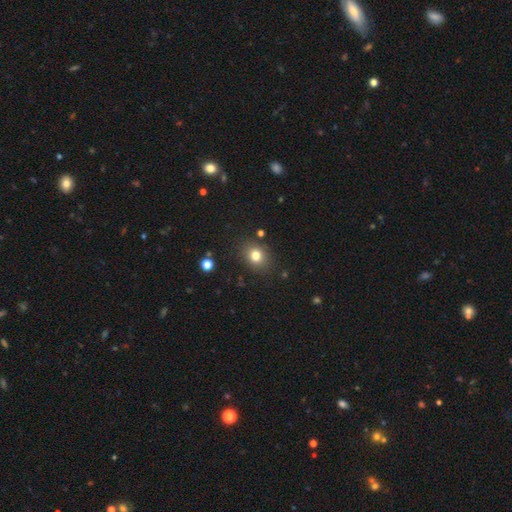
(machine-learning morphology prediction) smooth_or_featured: smooth (p=0.78) [alt: star or artifact p=0.14]
how_rounded: round (p=0.62) [alt: in between p=0.38]
merging: none (p=0.86) [alt: minor disturbance p=0.09]